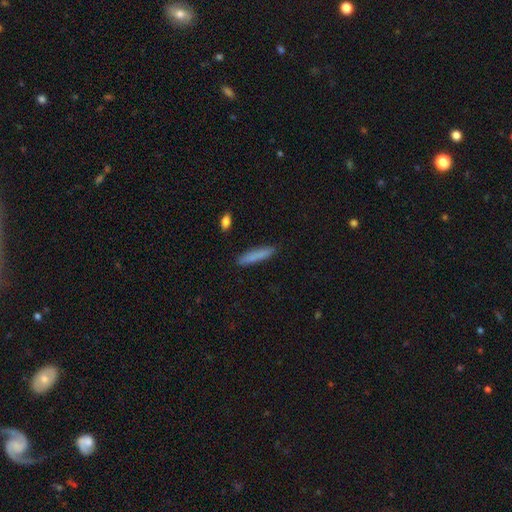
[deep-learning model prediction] Overall: smooth (82%). How rounded: cigar-shaped (90%). Merging: none (89%).